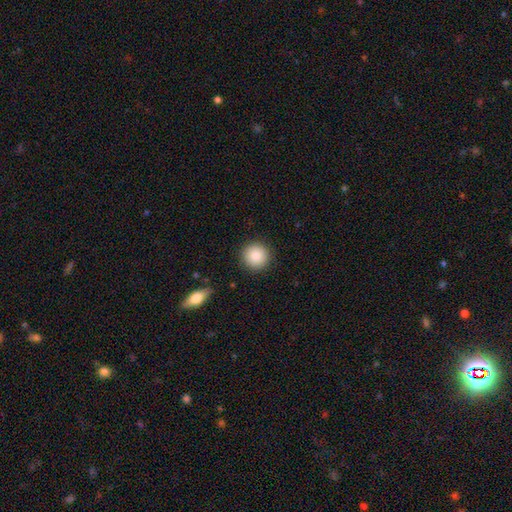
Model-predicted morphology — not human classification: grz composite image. It shows a smooth galaxy with no disk features (87%) that is round (95%). Merging: none (90%).